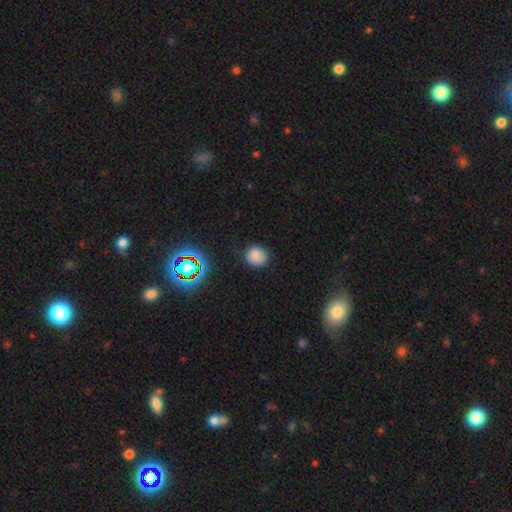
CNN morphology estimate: type=smooth (79%); roundness=round (83%); merging=none (84%).